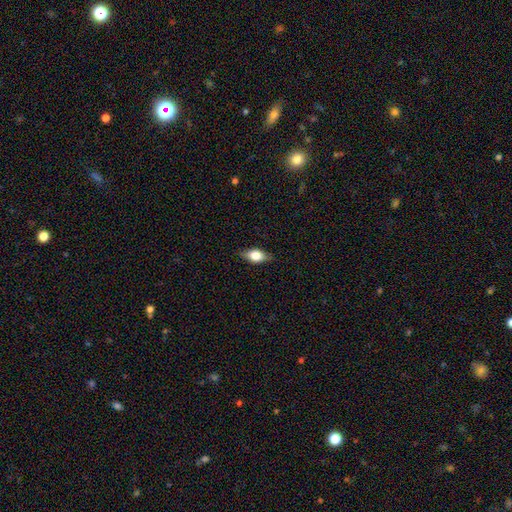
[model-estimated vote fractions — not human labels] Smooth or featured? Predicted: smooth (p=0.61). How rounded? Predicted: in between (p=0.79). Merging? Predicted: none (p=0.83).